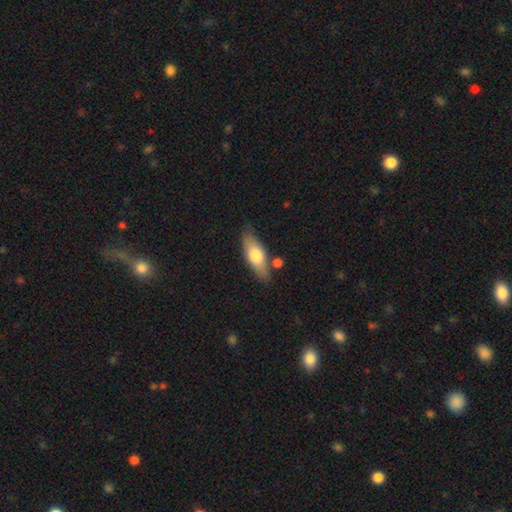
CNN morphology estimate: A smooth galaxy with no disk features (64%) that is in between round and cigar-shaped (64%). Merging: none (74%).